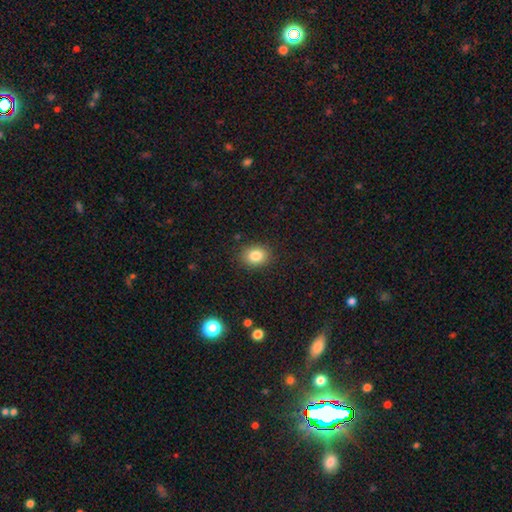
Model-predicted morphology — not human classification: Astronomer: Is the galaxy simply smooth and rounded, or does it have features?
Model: smooth — 84%.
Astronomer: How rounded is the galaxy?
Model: round — 50% (runner-up: in between, 49%).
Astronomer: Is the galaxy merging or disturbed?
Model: none — 87%.